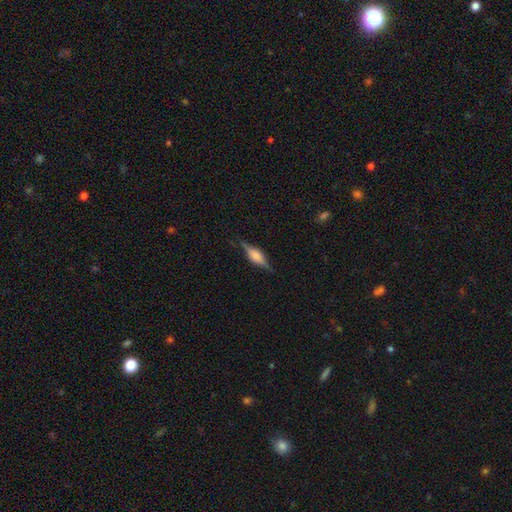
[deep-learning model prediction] A featured or disk galaxy (66%) viewed edge-on (96%) with a rounded central bulge (68%).

Vote fractions:
- Smooth or featured? featured or disk: 66% / smooth: 27% / star or artifact: 7%
- Edge-on disk? yes: 96% / no: 4%
- Edge-on bulge? rounded: 68% / boxy: 29% / none: 3%
- Merging? none: 83% / minor disturbance: 13% / major disturbance: 3% / merger: 1%